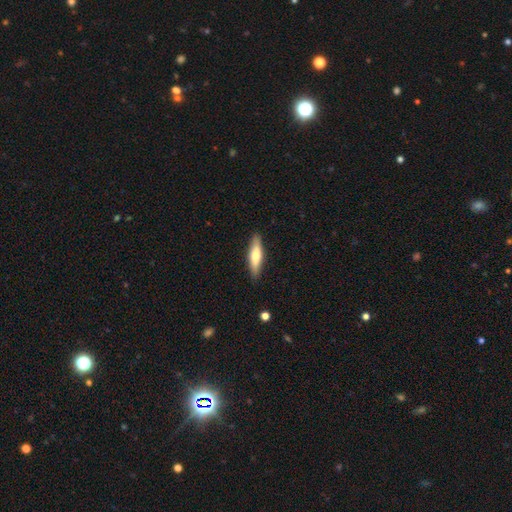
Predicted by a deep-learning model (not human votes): Smooth or featured: smooth — 60% (featured or disk — 34%)
How rounded: cigar-shaped — 67% (in between — 32%)
Merging: none — 87% (minor disturbance — 10%)